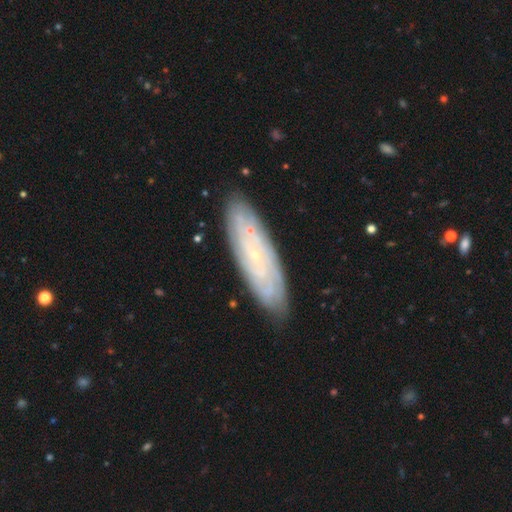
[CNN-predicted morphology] Q: Smooth or featured?
A: featured or disk (72%); runner-up: smooth (21%)
Q: Edge-on disk?
A: no (80%); runner-up: yes (20%)
Q: Bar?
A: no (78%); runner-up: weak (18%)
Q: Spiral arms?
A: yes (84%); runner-up: no (16%)
Q: Bulge size?
A: small (87%); runner-up: moderate (8%)
Q: Merging?
A: none (85%); runner-up: minor disturbance (11%)